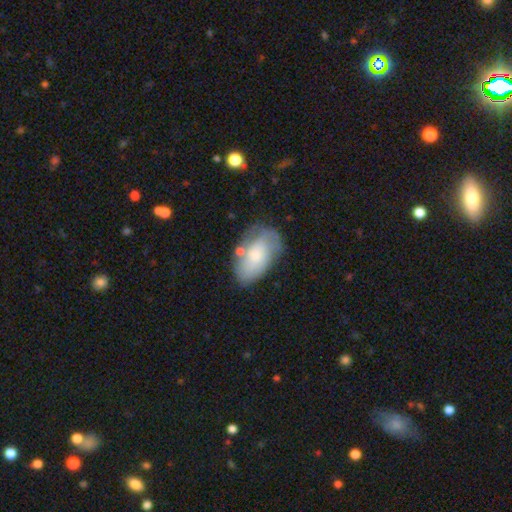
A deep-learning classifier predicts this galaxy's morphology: Smooth or featured? Predicted: smooth (p=0.56). How rounded? Predicted: in between (p=0.92). Merging? Predicted: none (p=0.55).